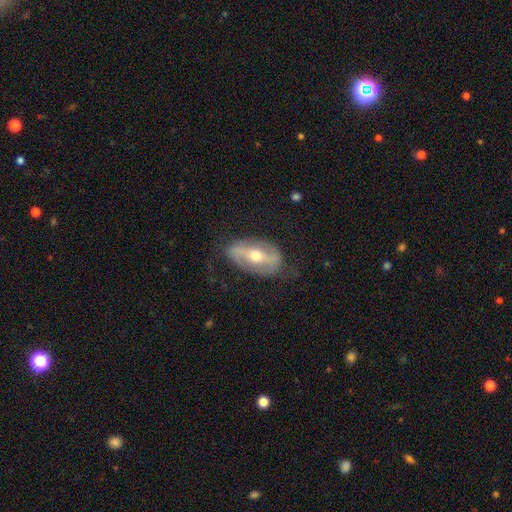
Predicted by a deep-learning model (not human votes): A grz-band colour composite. It shows a featured or disk galaxy (75%) with a strong bar (60%), spiral arms (67%) and a moderate central bulge (64%). Merging: none (71%).